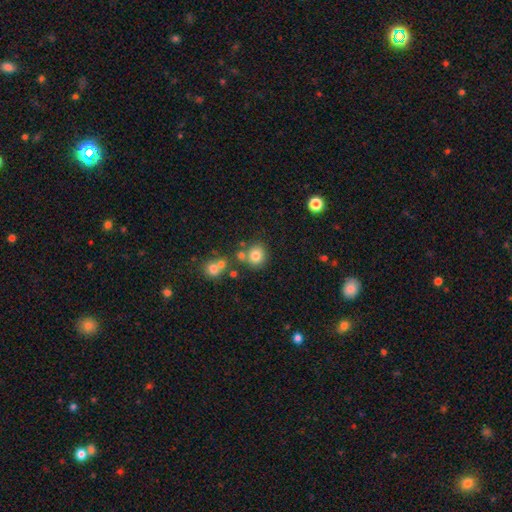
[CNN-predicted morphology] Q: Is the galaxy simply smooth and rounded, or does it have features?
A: smooth — 78%.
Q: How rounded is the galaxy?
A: round — 83%.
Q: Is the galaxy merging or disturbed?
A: none — 70%.